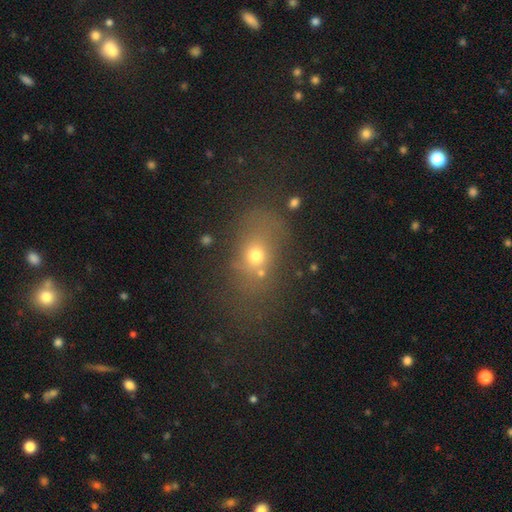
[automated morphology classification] Smooth or featured? Predicted: smooth (p=0.61). How rounded? Predicted: in between (p=0.57). Merging? Predicted: none (p=0.52).